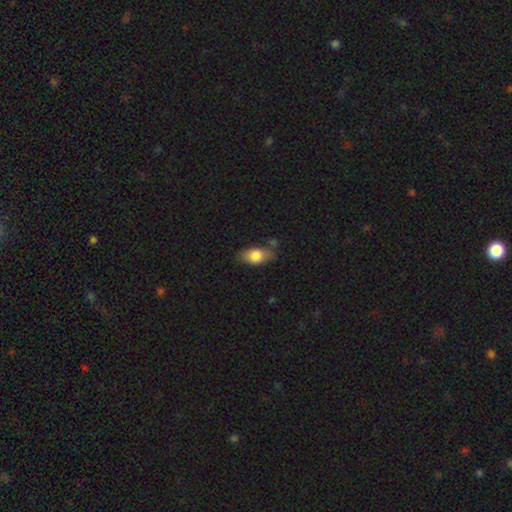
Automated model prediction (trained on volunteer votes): Smooth or featured?
  - smooth: 75% *
  - featured or disk: 18%
  - star or artifact: 7%
How rounded?
  - in between: 85% *
  - round: 10%
  - cigar-shaped: 6%
Merging?
  - none: 67% *
  - minor disturbance: 23%
  - major disturbance: 6%
  - merger: 5%